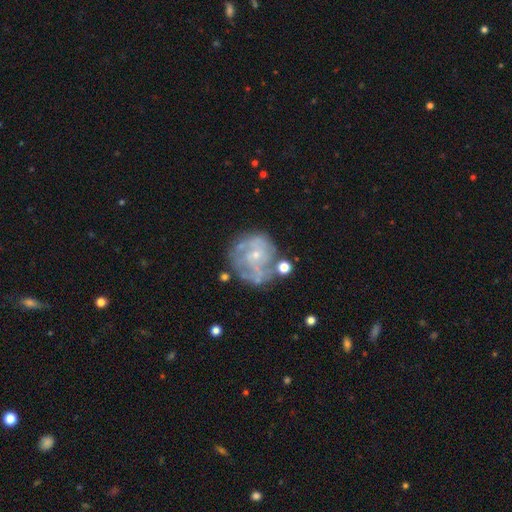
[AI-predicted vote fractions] Smooth or featured?
  - featured or disk: 70% *
  - smooth: 21%
  - star or artifact: 9%
Edge-on disk?
  - no: 98% *
  - yes: 2%
Bar?
  - no: 78% *
  - weak: 18%
  - strong: 4%
Spiral arms?
  - yes: 64% *
  - no: 36%
Bulge size?
  - small: 79% *
  - moderate: 14%
  - none: 5%
  - large: 1%
  - dominant: 1%
Merging?
  - none: 54% *
  - minor disturbance: 21%
  - major disturbance: 16%
  - merger: 9%